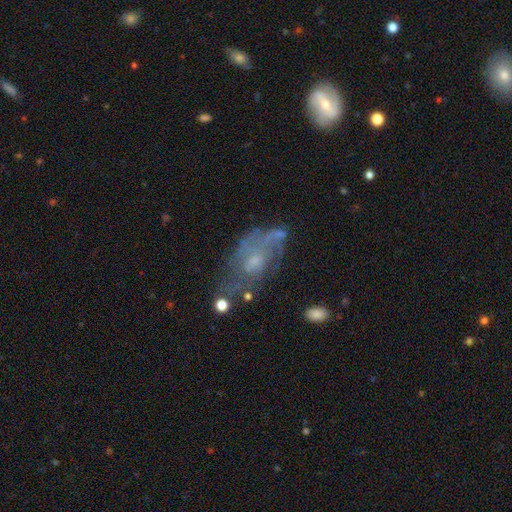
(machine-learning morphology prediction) A featured or disk galaxy (58%) with no bar (77%), spiral arms (56%) and a small central bulge (48%). Merging: none (50%).